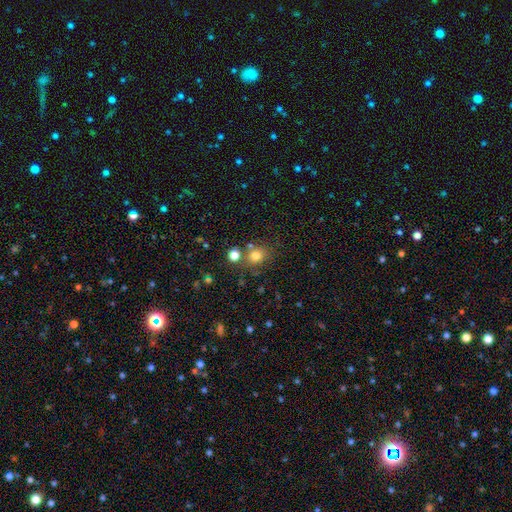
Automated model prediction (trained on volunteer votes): Overall: smooth (76%). How rounded: round (74%). Merging: none (69%).